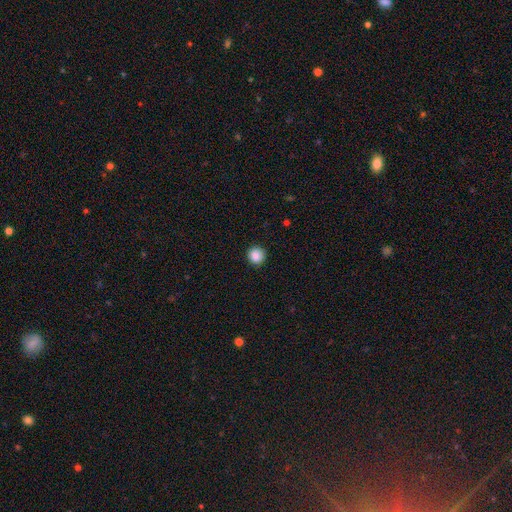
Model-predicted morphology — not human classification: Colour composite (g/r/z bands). It shows a smooth galaxy with no disk features (88%) that is round (94%). Merging: none (92%).